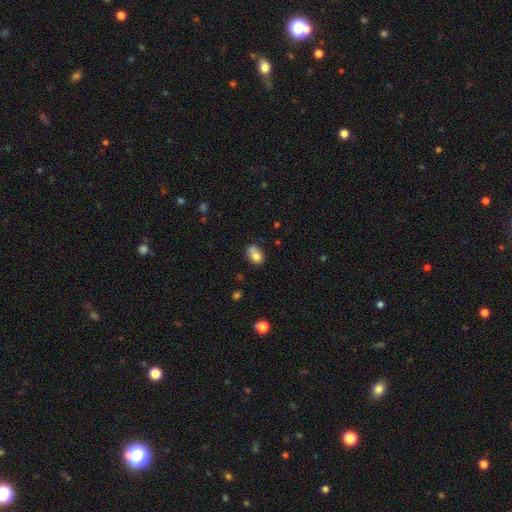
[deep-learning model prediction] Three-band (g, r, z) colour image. It shows a smooth galaxy with no disk features (77%) that is in between round and cigar-shaped (72%). Merging: none (43%).